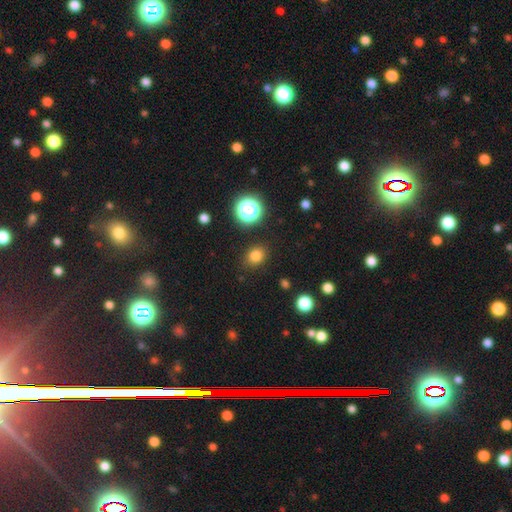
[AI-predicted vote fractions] This appears to be a smooth galaxy with no disk features (79%) that is round (60%). Merging: none (87%).